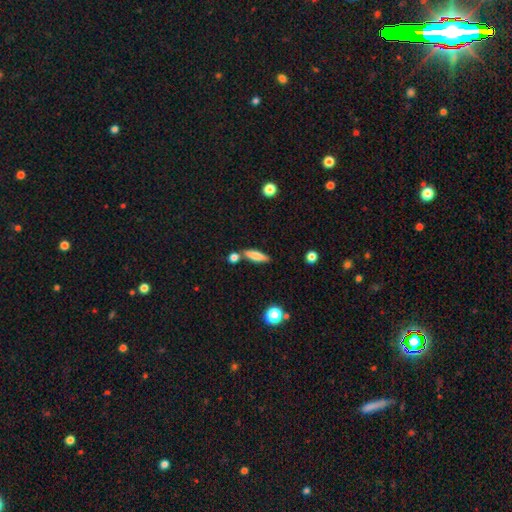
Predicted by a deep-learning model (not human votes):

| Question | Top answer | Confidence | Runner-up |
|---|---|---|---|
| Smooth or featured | smooth | 68% | featured or disk (24%) |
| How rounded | cigar-shaped | 59% | in between (38%) |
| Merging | none | 73% | merger (12%) |